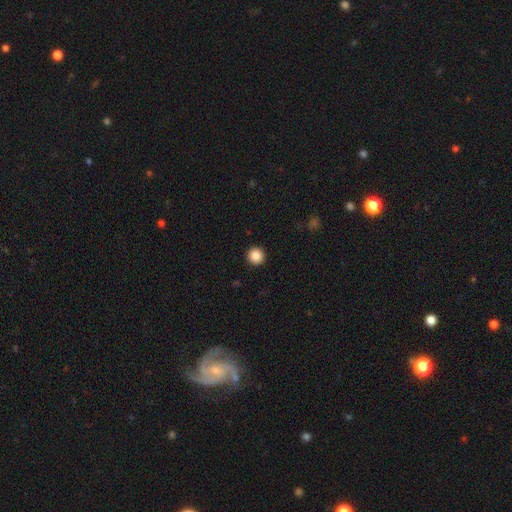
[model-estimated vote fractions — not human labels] Morphology: type=smooth (87%); roundness=round (96%); merging=none (93%).